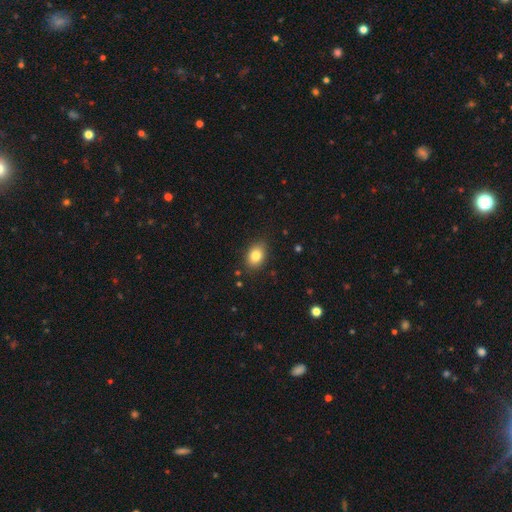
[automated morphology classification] This is clearly a smooth galaxy (83%). How rounded: likely in between (74%). Merging: clearly none (85%).